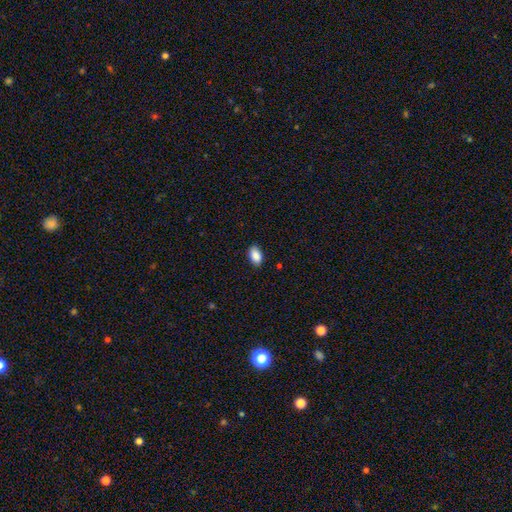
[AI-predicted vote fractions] A smooth galaxy with no disk features (89%) that is in between round and cigar-shaped (93%). Merging: none (88%).